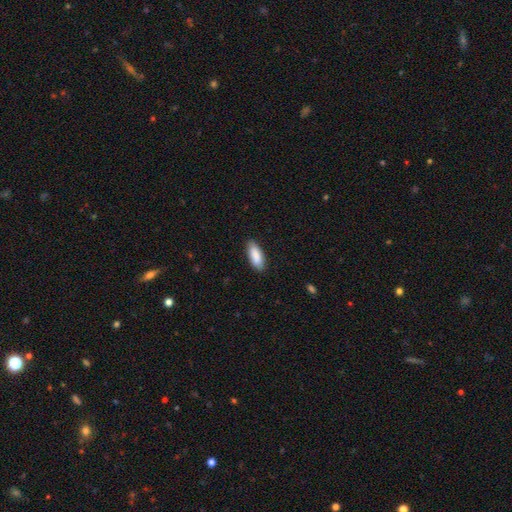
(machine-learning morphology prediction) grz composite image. It shows a smooth galaxy with no disk features (88%) that is in between round and cigar-shaped (76%). Merging: none (85%).